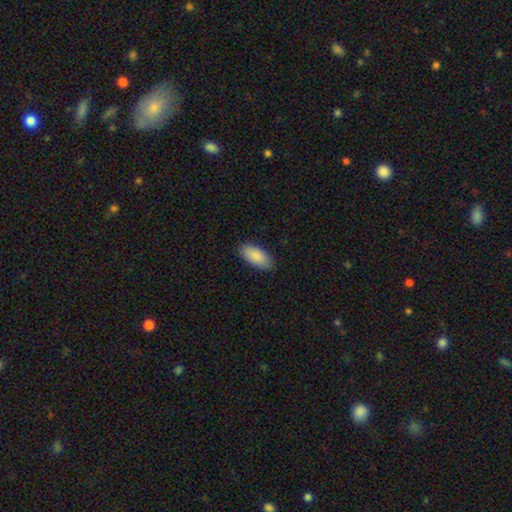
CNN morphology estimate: Overall: smooth (89%). How rounded: in between (92%). Merging: none (86%).